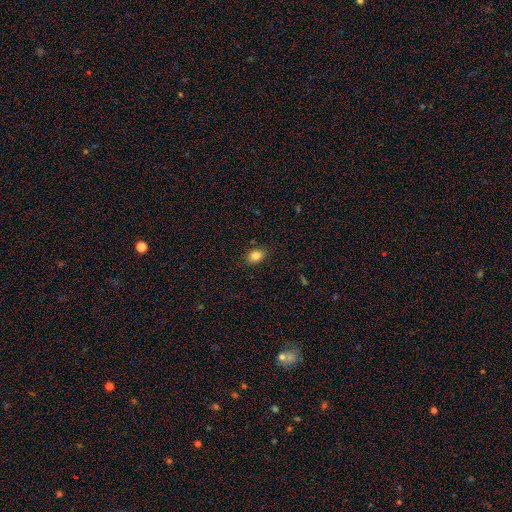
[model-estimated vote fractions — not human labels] smooth-or-featured: smooth: 83% | star or artifact: 10% | featured or disk: 7%
  how-rounded: in between: 72% | round: 27% | cigar-shaped: 1%
  merging: none: 85% | minor disturbance: 11% | major disturbance: 3% | merger: 1%